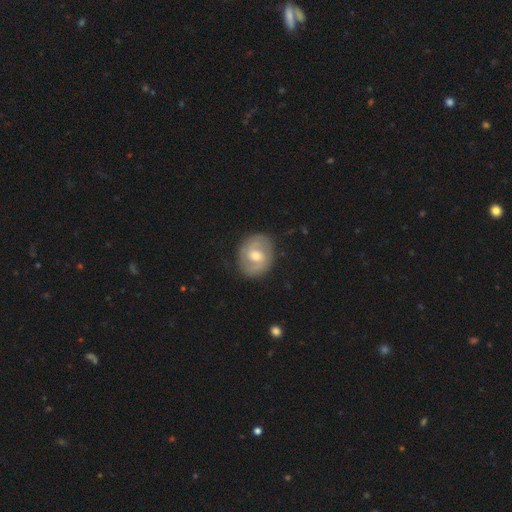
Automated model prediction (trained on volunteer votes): smooth-or-featured: featured or disk: 61% | smooth: 34% | star or artifact: 6%
  disk-edge-on: no: 97% | yes: 3%
    bar: weak: 45% | no: 44% | strong: 11%
    has-spiral-arms: yes: 68% | no: 32%
    bulge-size: moderate: 74% | small: 14% | large: 10% | none: 1% | dominant: 1%
  merging: none: 82% | minor disturbance: 13% | major disturbance: 4% | merger: 1%